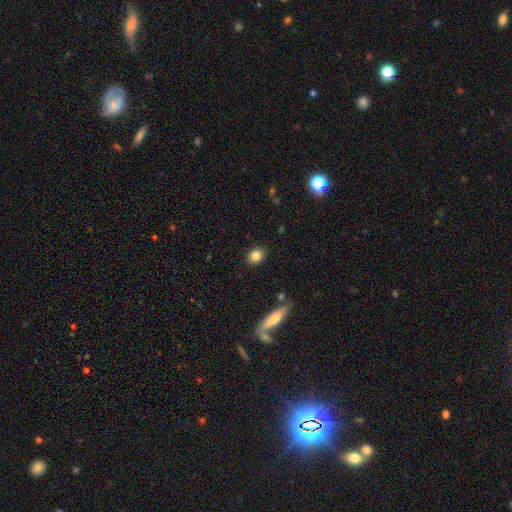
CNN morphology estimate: type=smooth (83%); roundness=in between (56%); merging=none (88%).